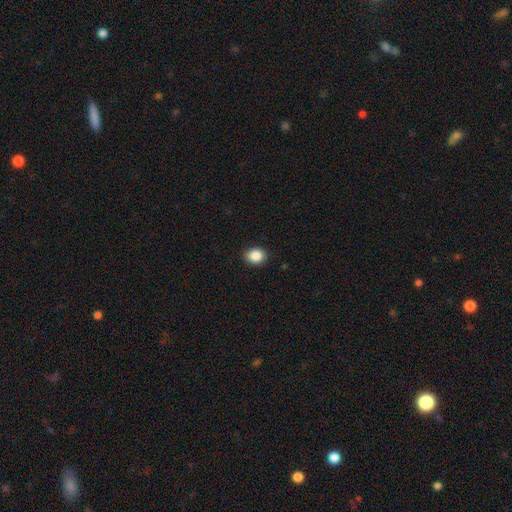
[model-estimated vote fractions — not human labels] A smooth galaxy with no disk features (87%) that is round (58%).

Vote fractions:
- Smooth or featured? smooth: 87% / star or artifact: 9% / featured or disk: 4%
- How rounded? round: 58% / in between: 41% / cigar-shaped: 1%
- Merging? none: 89% / minor disturbance: 8% / major disturbance: 2% / merger: 1%